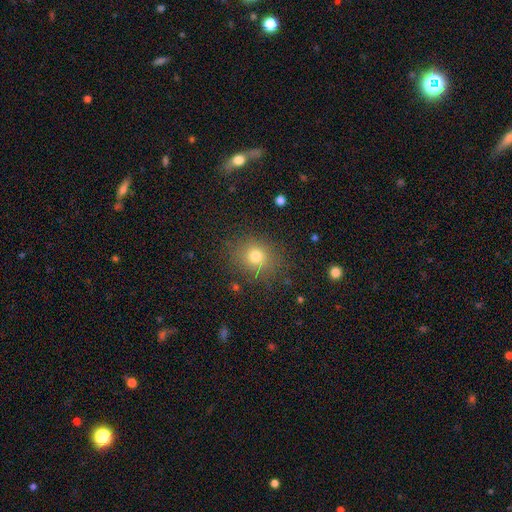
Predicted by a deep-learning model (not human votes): Overall: smooth (75%). How rounded: round (78%). Merging: none (85%).